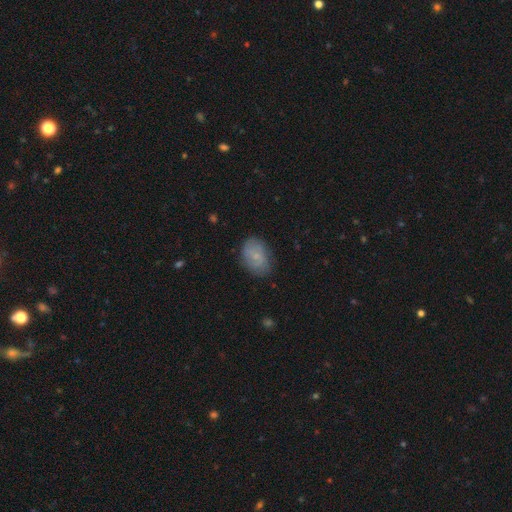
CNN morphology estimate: smooth_or_featured: smooth (p=0.64) [alt: featured or disk p=0.27]
how_rounded: in between (p=0.80) [alt: round p=0.19]
merging: none (p=0.74) [alt: minor disturbance p=0.19]